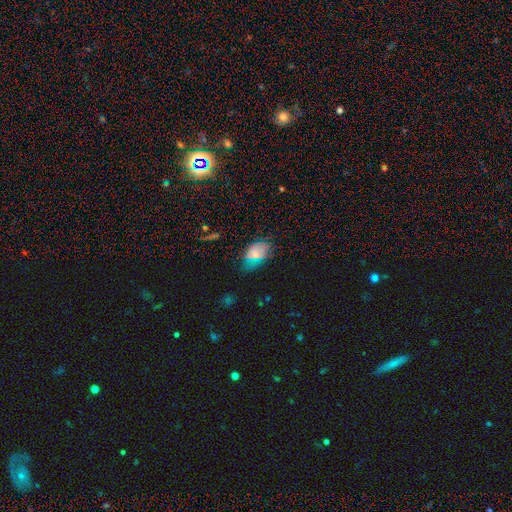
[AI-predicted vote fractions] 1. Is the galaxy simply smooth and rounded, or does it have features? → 66% smooth, 21% star or artifact, 13% featured or disk.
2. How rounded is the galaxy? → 90% in between, 8% round, 2% cigar-shaped.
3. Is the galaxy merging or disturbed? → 66% none, 24% minor disturbance, 7% major disturbance, 2% merger.